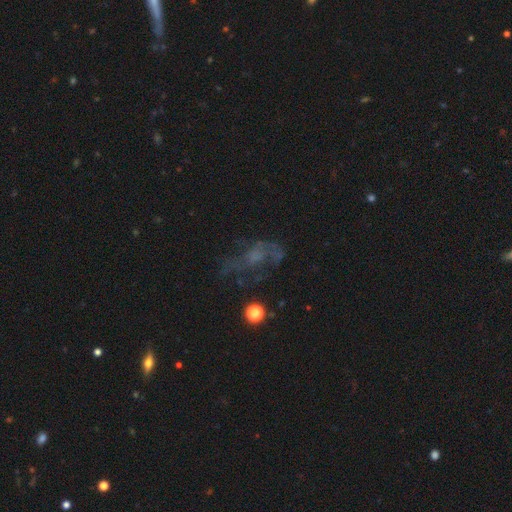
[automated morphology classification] Overall: featured or disk (50%; star or artifact 25%). Edge-on disk: no (92%). Merging: none (45%; major disturbance 31%).